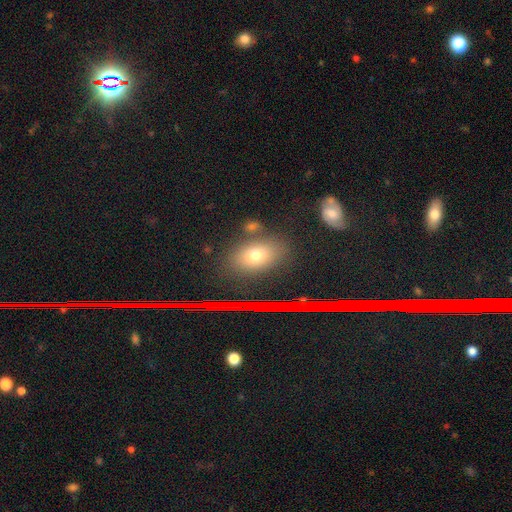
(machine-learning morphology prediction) This is likely a smooth galaxy (66%). How rounded: likely in between (73%). Merging: likely none (78%).